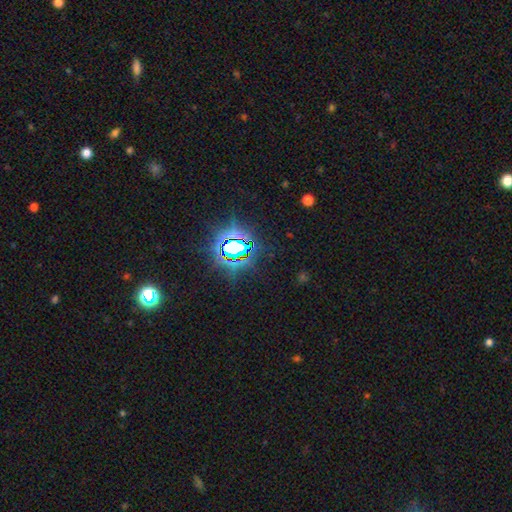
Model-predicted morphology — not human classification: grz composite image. It shows a star or artifact, not a galaxy (81%).